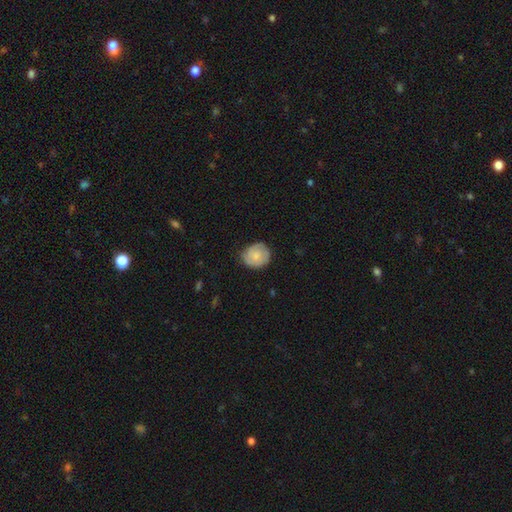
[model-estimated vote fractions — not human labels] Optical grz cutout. It shows a smooth galaxy with no disk features (56%) that is round (78%). Merging: none (71%).